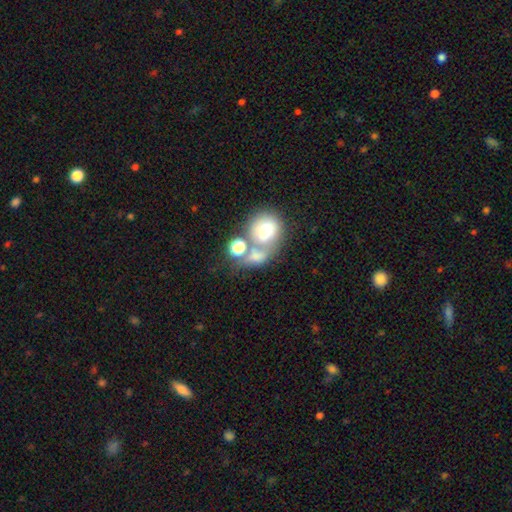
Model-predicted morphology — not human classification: smooth_or_featured: smooth (p=0.65) [alt: featured or disk p=0.21]
how_rounded: round (p=0.54) [alt: in between p=0.44]
merging: merger (p=0.51) [alt: none p=0.27]